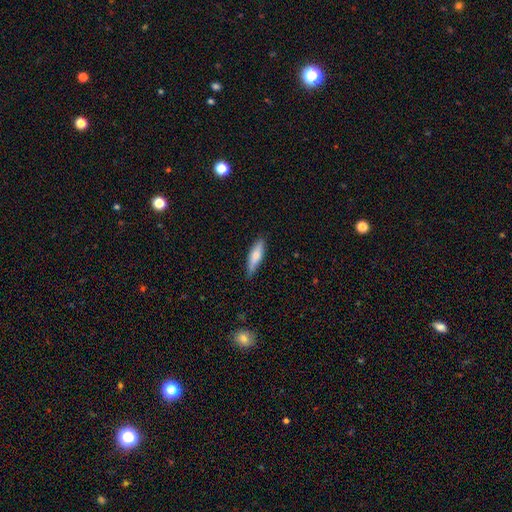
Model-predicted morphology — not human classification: type=smooth (64%); roundness=cigar-shaped (70%); merging=none (84%).